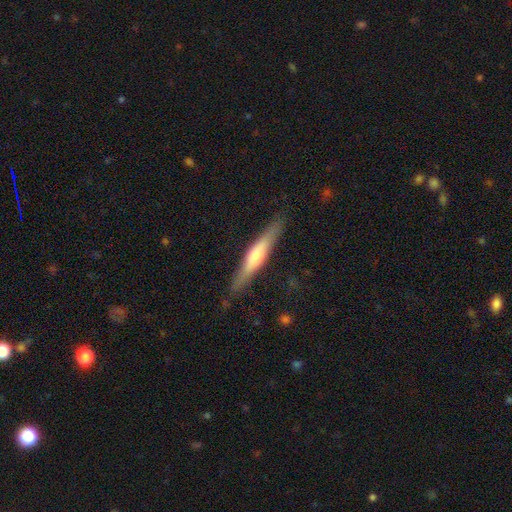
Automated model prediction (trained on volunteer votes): smooth-or-featured: featured or disk: 57% | smooth: 37% | star or artifact: 6%
  disk-edge-on: yes: 96% | no: 4%
    edge-on-bulge: rounded: 73% | none: 15% | boxy: 13%
  merging: none: 87% | minor disturbance: 10% | major disturbance: 2% | merger: 1%